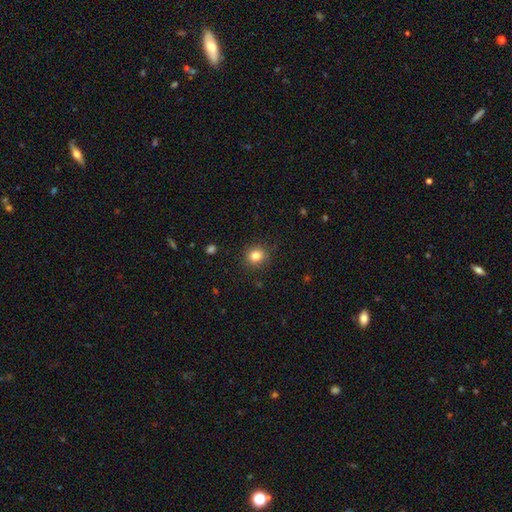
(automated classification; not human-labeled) This is clearly a smooth galaxy (83%). How rounded: clearly round (84%). Merging: clearly none (89%).